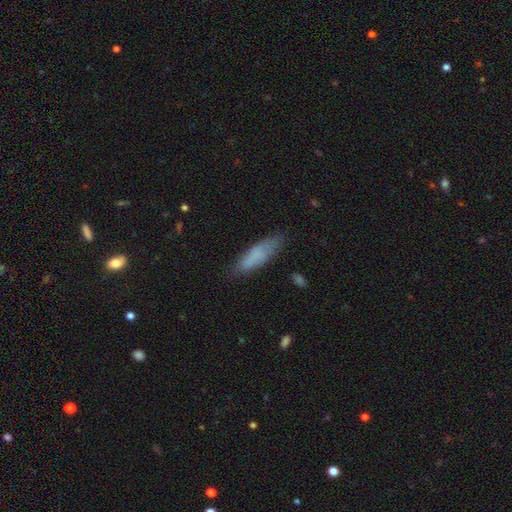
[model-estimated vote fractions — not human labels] Smooth or featured?
  - smooth: 75% *
  - featured or disk: 17%
  - star or artifact: 8%
How rounded?
  - cigar-shaped: 62% *
  - in between: 36%
  - round: 2%
Merging?
  - none: 72% *
  - minor disturbance: 21%
  - major disturbance: 6%
  - merger: 2%